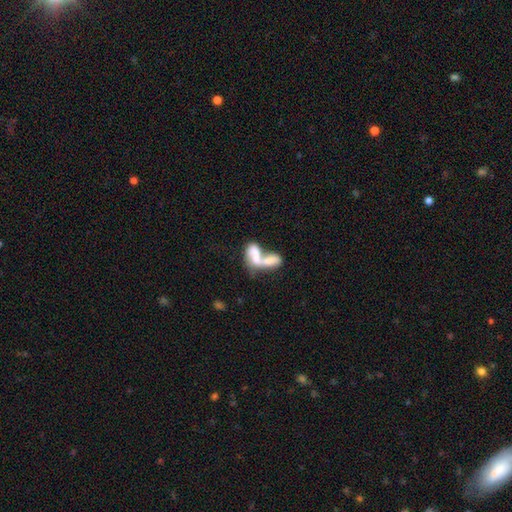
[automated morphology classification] Smooth or featured?
  - smooth: 55% *
  - featured or disk: 36%
  - star or artifact: 8%
How rounded?
  - in between: 81% *
  - cigar-shaped: 14%
  - round: 5%
Merging?
  - merger: 78% *
  - none: 9%
  - major disturbance: 8%
  - minor disturbance: 5%